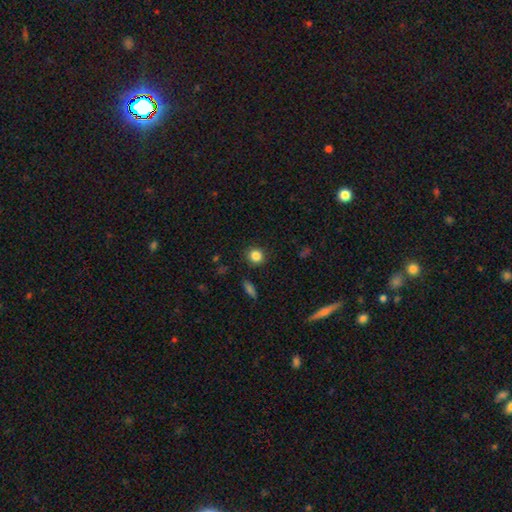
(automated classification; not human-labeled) smooth-or-featured: smooth: 84% | star or artifact: 10% | featured or disk: 5%
  how-rounded: round: 88% | in between: 11% | cigar-shaped: 1%
  merging: none: 89% | minor disturbance: 7% | major disturbance: 2% | merger: 2%